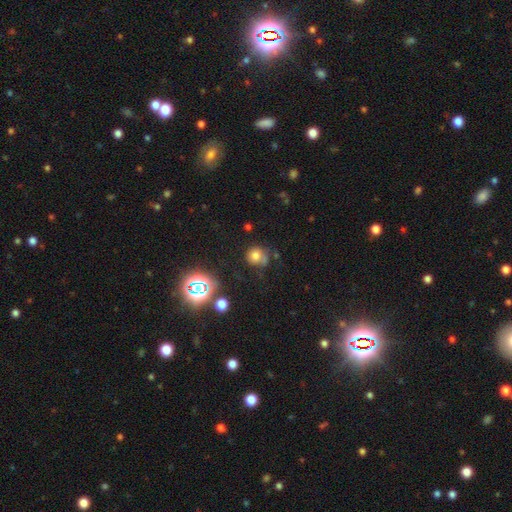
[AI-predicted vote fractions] Overall: smooth (68%). How rounded: round (82%). Merging: none (53%; minor disturbance 23%).